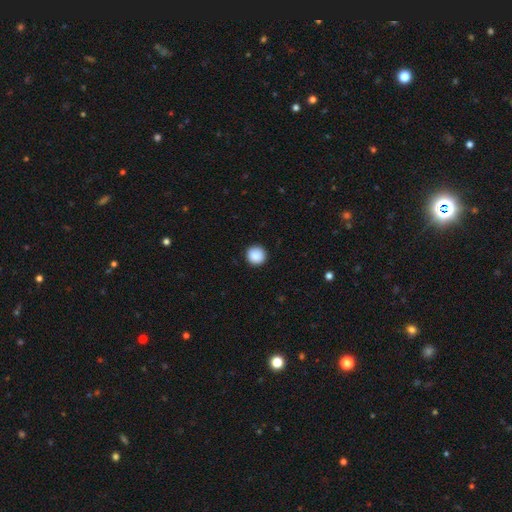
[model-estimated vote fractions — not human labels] smooth-or-featured: smooth: 90% | star or artifact: 8% | featured or disk: 3%
  how-rounded: round: 96% | in between: 4% | cigar-shaped: 1%
  merging: none: 92% | minor disturbance: 5% | major disturbance: 2% | merger: 1%